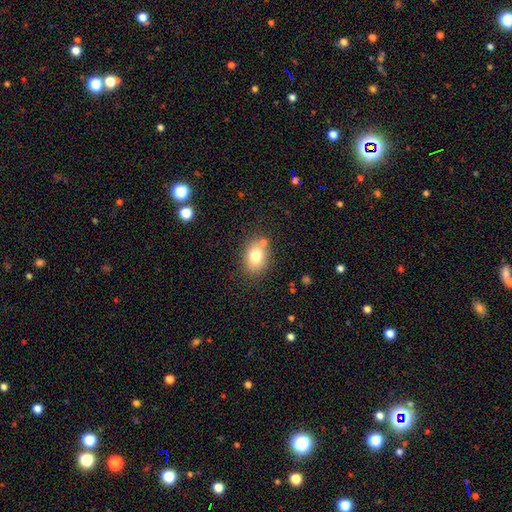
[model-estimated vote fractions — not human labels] smooth-or-featured: smooth: 76% | featured or disk: 13% | star or artifact: 11%
  how-rounded: in between: 66% | round: 33% | cigar-shaped: 1%
  merging: none: 75% | minor disturbance: 13% | merger: 8% | major disturbance: 4%